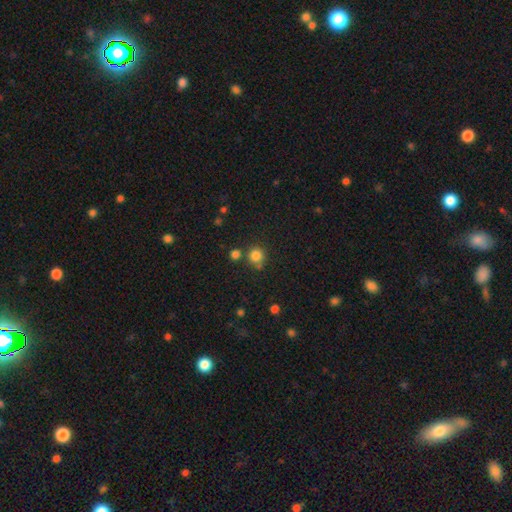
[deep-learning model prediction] This is clearly a smooth galaxy (82%). How rounded: clearly round (91%). Merging: likely none (73%).